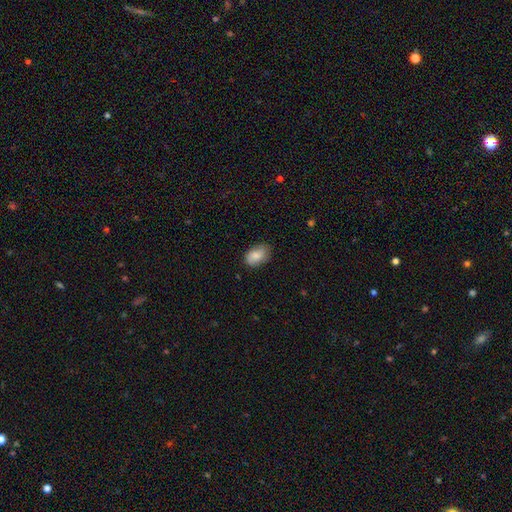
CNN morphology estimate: A smooth galaxy with no disk features (82%) that is in between round and cigar-shaped (87%). Merging: none (75%).